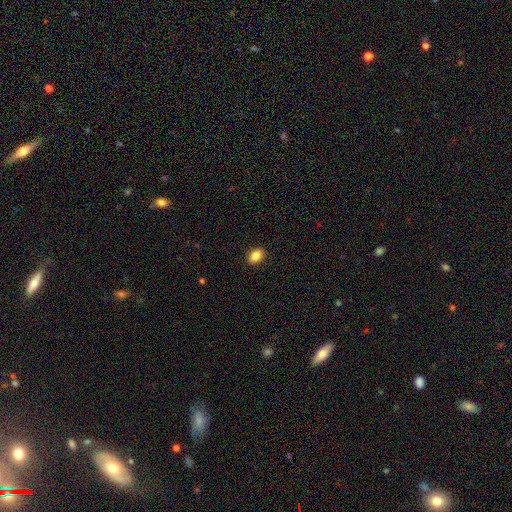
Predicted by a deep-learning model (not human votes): Smooth or featured: smooth — 86% (star or artifact — 9%)
How rounded: in between — 80% (round — 18%)
Merging: none — 90% (minor disturbance — 7%)